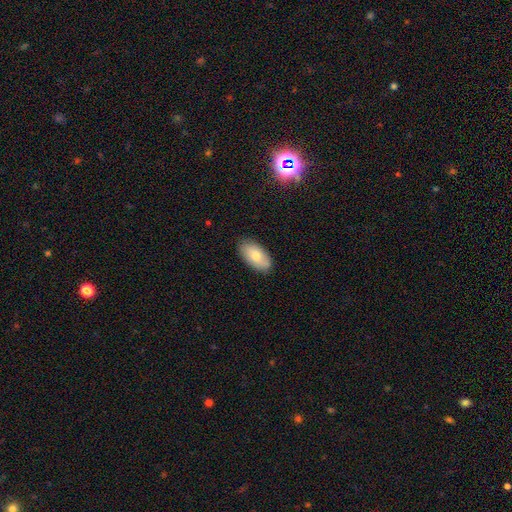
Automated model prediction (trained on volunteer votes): smooth 74%, featured or disk 20%, star or artifact 6%. Down the decision tree: how rounded — in between (94%); merging — none (85%).